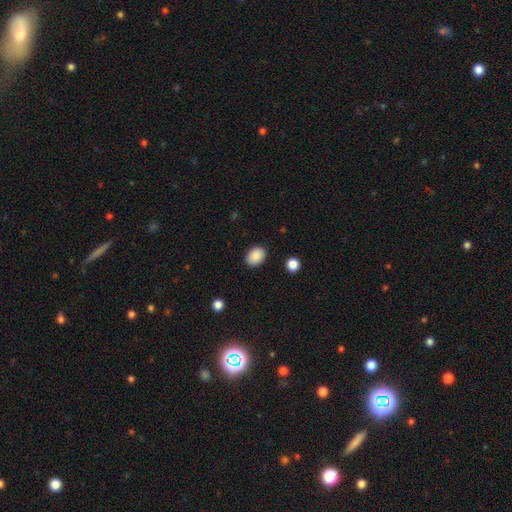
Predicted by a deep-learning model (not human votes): Smooth or featured? smooth (89%)
How rounded? in between (68%)
Merging? none (87%)